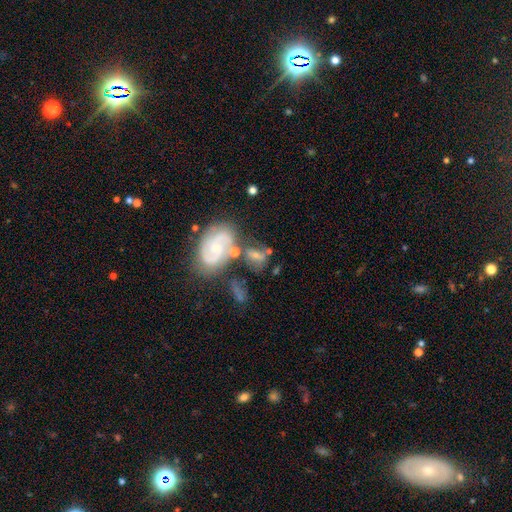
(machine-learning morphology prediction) The model was most divided on "merging": none: 41%, merger: 32%, minor disturbance: 18%, major disturbance: 10%. More confident: edge-on disk — no (94%); spiral arms — yes (81%); bulge size — small (62%); smooth or featured — featured or disk (57%); bar — no (51%).